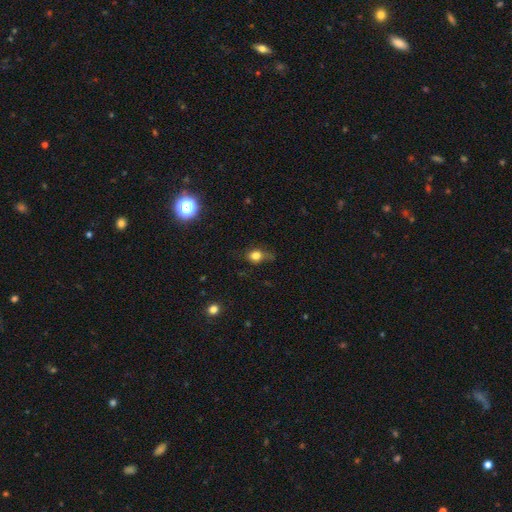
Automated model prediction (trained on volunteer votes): Smooth or featured: smooth — 76% (star or artifact — 14%)
How rounded: round — 56% (in between — 41%)
Merging: none — 54% (minor disturbance — 30%)